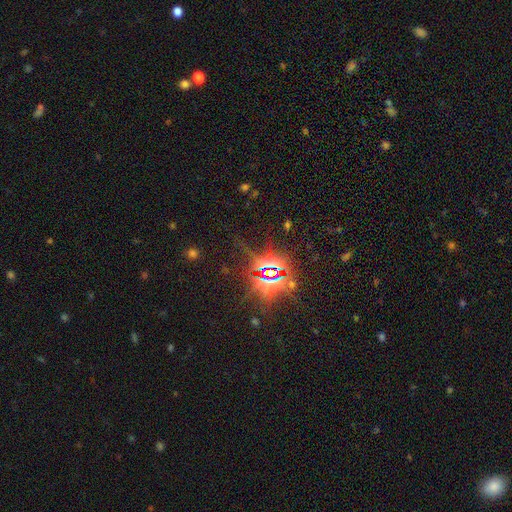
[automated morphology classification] A star or artifact, not a galaxy (84%).